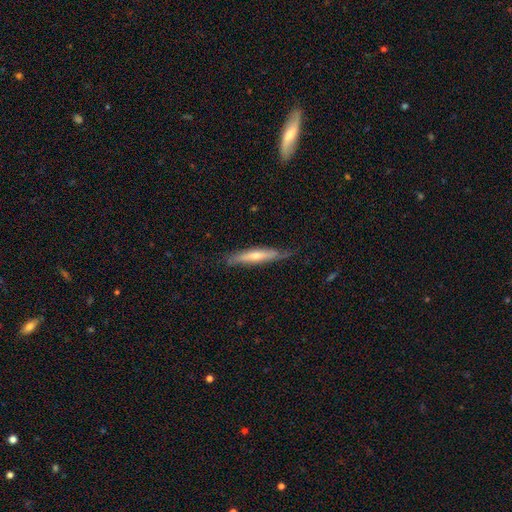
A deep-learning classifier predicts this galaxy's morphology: This appears to be a featured or disk galaxy (50%). Merging: none (74%).